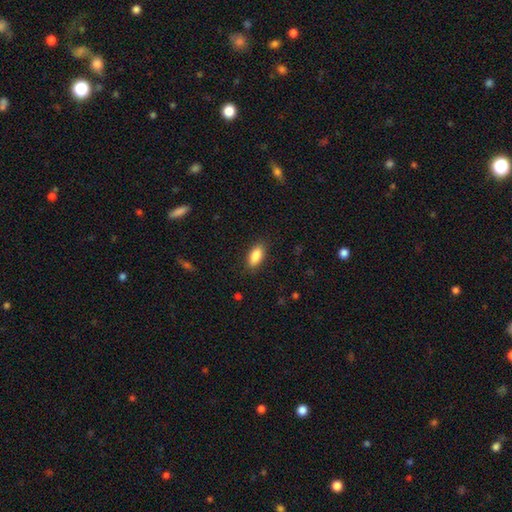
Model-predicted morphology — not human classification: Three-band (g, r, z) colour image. It shows a smooth galaxy with no disk features (87%) that is in between round and cigar-shaped (86%). Merging: none (87%).